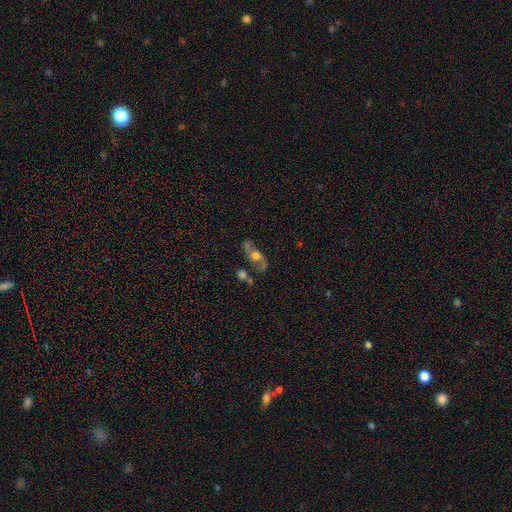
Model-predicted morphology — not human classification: A featured or disk galaxy (66%) with no bar (72%), spiral arms (81%) and a moderate central bulge (53%).

Vote fractions:
- Smooth or featured? featured or disk: 66% / smooth: 25% / star or artifact: 10%
- Edge-on disk? no: 85% / yes: 15%
- Bar? no: 72% / weak: 23% / strong: 6%
- Spiral arms? yes: 81% / no: 19%
- Bulge size? moderate: 53% / large: 30% / small: 11% / none: 4% / dominant: 3%
- Merging? none: 51% / merger: 20% / minor disturbance: 18% / major disturbance: 12%